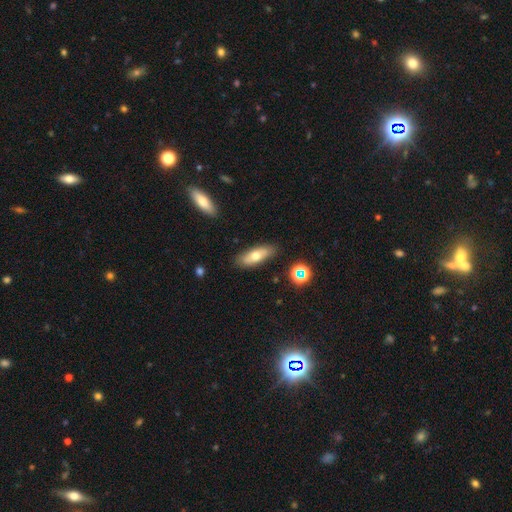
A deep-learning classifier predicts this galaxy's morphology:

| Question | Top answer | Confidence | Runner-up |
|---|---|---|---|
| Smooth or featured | smooth | 63% | featured or disk (29%) |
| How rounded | in between | 67% | cigar-shaped (30%) |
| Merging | none | 83% | minor disturbance (12%) |